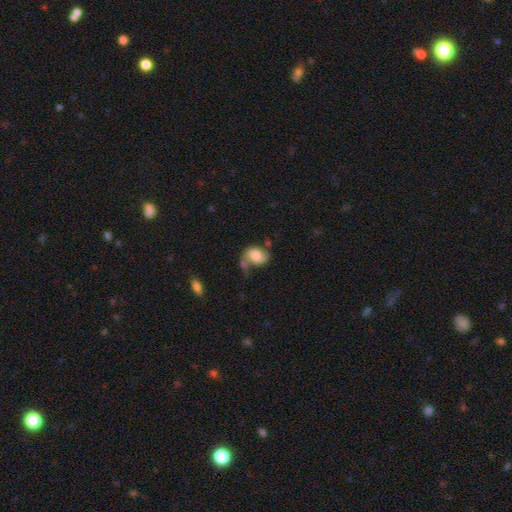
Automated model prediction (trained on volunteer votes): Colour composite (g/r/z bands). It shows a smooth galaxy with no disk features (46%). Merging: none (40%).